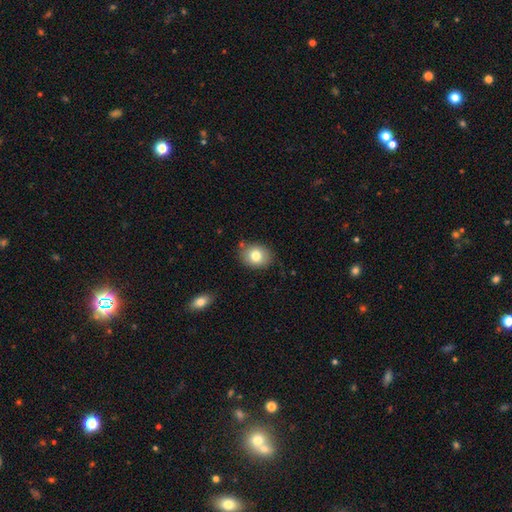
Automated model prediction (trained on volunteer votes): Overall: smooth (79%). How rounded: in between (52%; round 47%). Merging: none (81%).